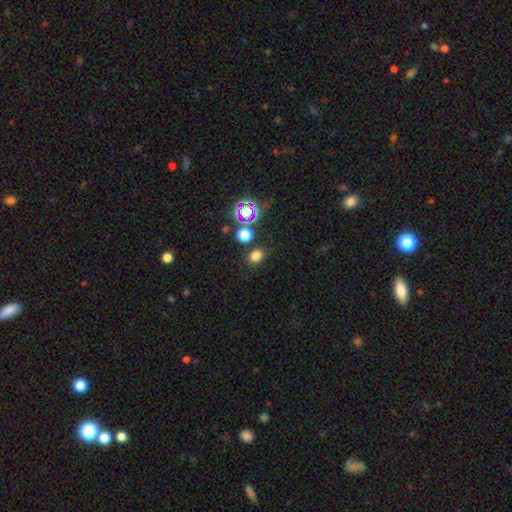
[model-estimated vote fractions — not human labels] Smooth or featured: smooth — 72% (star or artifact — 22%)
How rounded: in between — 52% (round — 47%)
Merging: none — 80% (minor disturbance — 10%)